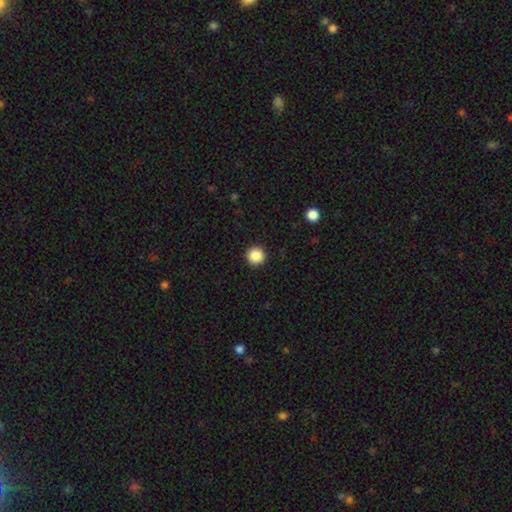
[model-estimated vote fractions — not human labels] A smooth galaxy with no disk features (88%) that is round (96%). Merging: none (93%).